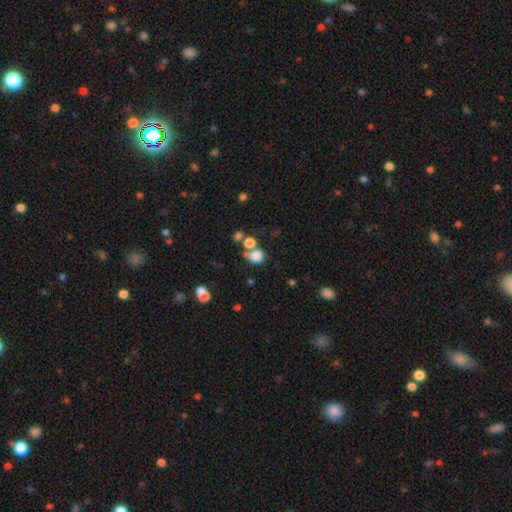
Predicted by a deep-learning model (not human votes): This appears to be a smooth galaxy with no disk features (78%) that is round (76%). Merging: none (49%).